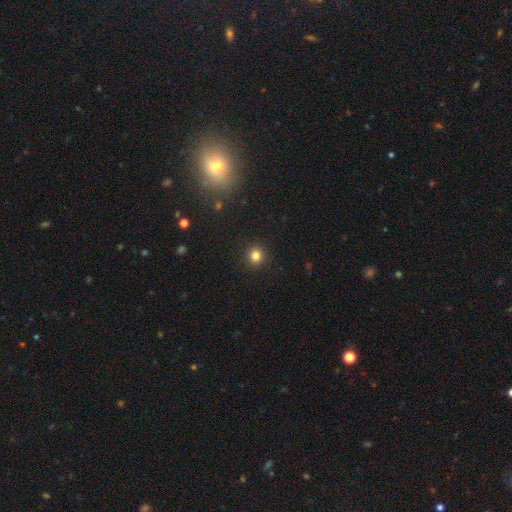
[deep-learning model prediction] A smooth galaxy with no disk features (82%) that is round (91%).

Vote fractions:
- Smooth or featured? smooth: 82% / star or artifact: 13% / featured or disk: 5%
- How rounded? round: 91% / in between: 8% / cigar-shaped: 1%
- Merging? none: 92% / minor disturbance: 5% / major disturbance: 2% / merger: 1%